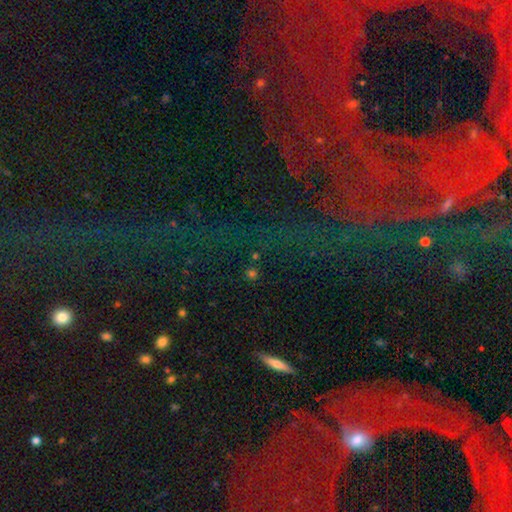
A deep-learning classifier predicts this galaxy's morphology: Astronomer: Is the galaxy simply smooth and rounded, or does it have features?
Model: star or artifact — 58%.